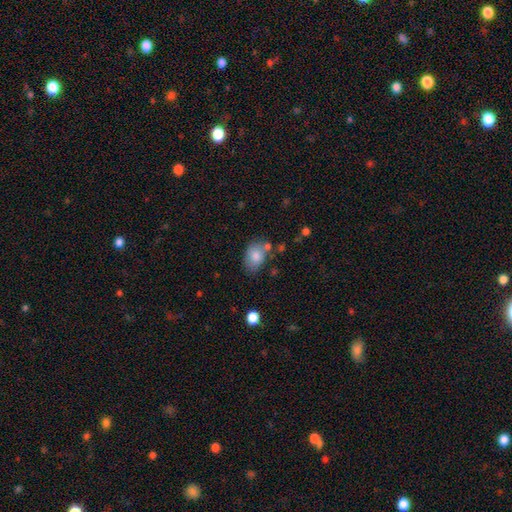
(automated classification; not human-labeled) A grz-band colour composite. It shows a smooth galaxy with no disk features (81%) that is in between round and cigar-shaped (78%). Merging: none (61%).